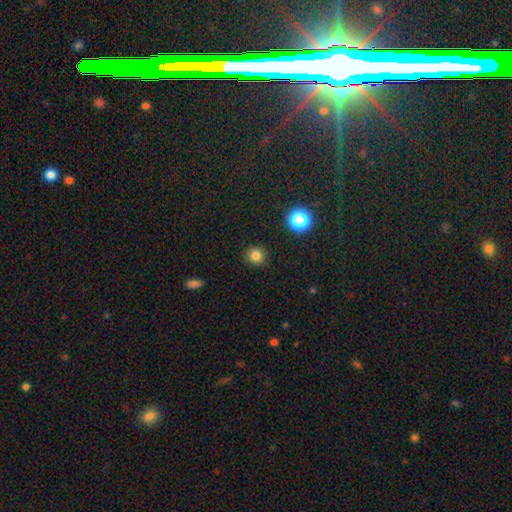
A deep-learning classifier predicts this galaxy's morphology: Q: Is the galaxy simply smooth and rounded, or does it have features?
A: smooth — 81%.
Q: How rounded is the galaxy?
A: round — 91%.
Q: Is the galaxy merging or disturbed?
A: none — 89%.